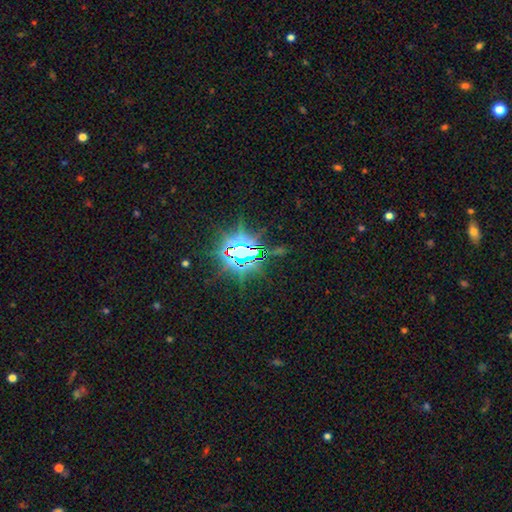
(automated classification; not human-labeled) Smooth or featured: star or artifact — 83% (featured or disk — 9%)